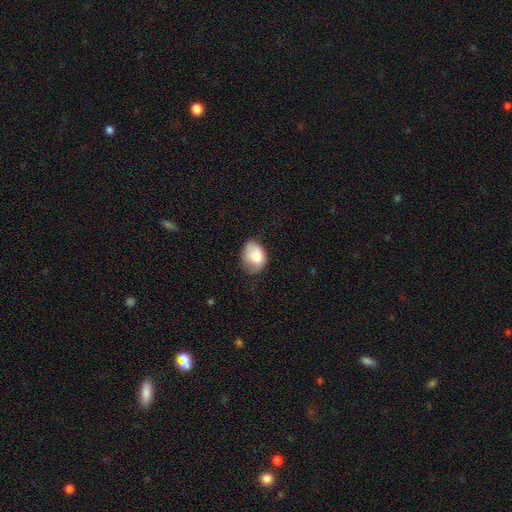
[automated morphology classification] smooth 82%, featured or disk 11%, star or artifact 8%. Down the decision tree: how rounded — in between (68%); merging — none (42%, tied with minor disturbance).